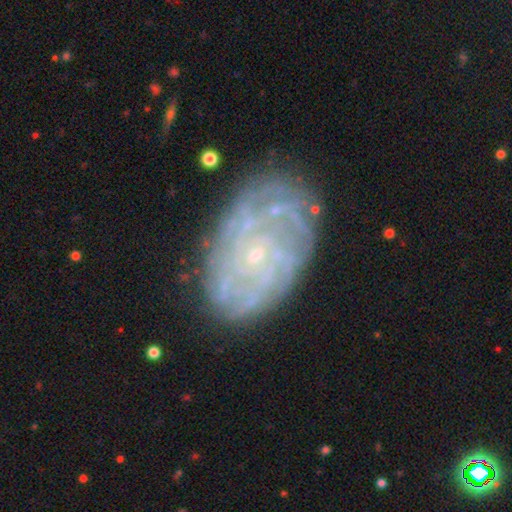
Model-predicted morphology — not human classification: featured or disk 78%, smooth 13%, star or artifact 9%. Down the decision tree: edge-on disk — no (96%); bar — no (78%); spiral arms — yes (87%); spiral arm count — can't tell (43%); spiral winding — tight (71%); bulge size — small (85%); merging — none (77%).